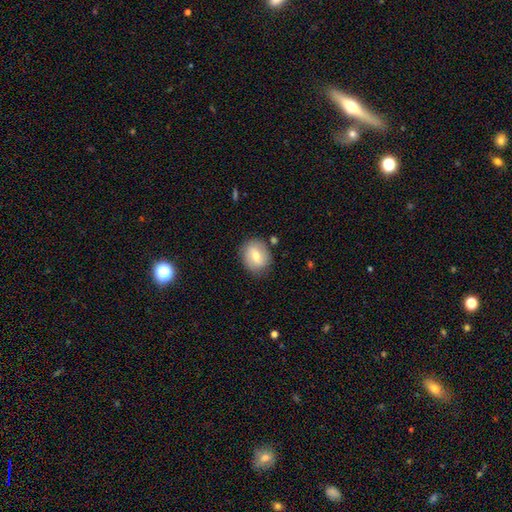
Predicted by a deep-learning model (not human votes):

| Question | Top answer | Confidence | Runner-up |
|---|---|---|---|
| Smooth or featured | smooth | 58% | featured or disk (34%) |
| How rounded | round | 62% | in between (37%) |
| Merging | none | 80% | minor disturbance (14%) |